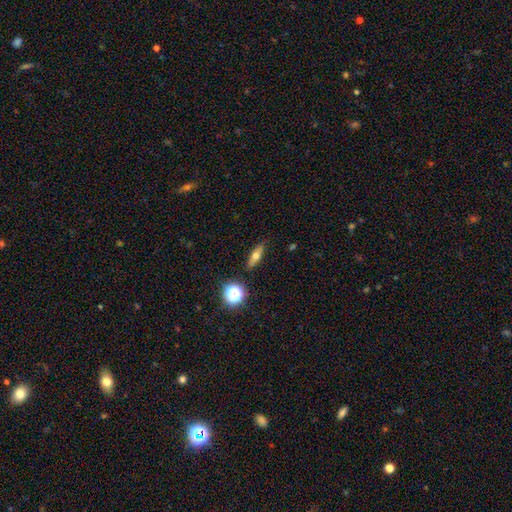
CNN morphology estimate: Overall: smooth (56%; featured or disk 33%). How rounded: cigar-shaped (49%; in between 43%). Merging: none (86%).